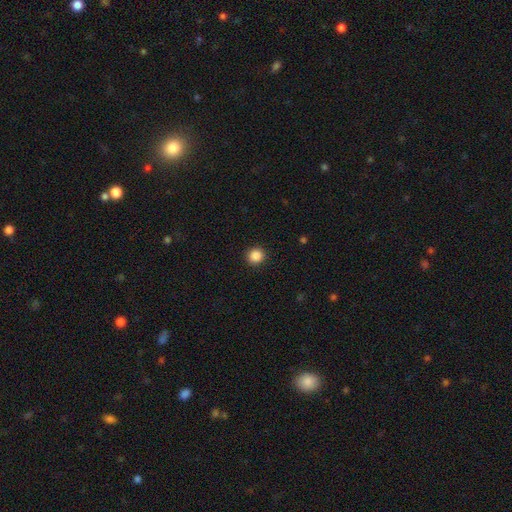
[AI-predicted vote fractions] This appears to be a smooth galaxy with no disk features (87%) that is round (94%). Merging: none (92%).